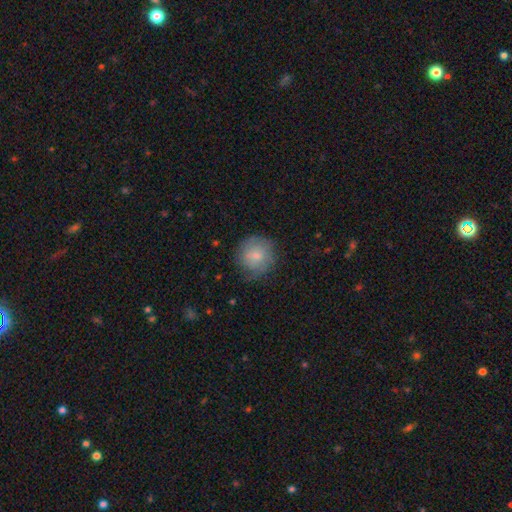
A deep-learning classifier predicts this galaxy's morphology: Overall: smooth (67%). How rounded: round (91%). Merging: none (69%).